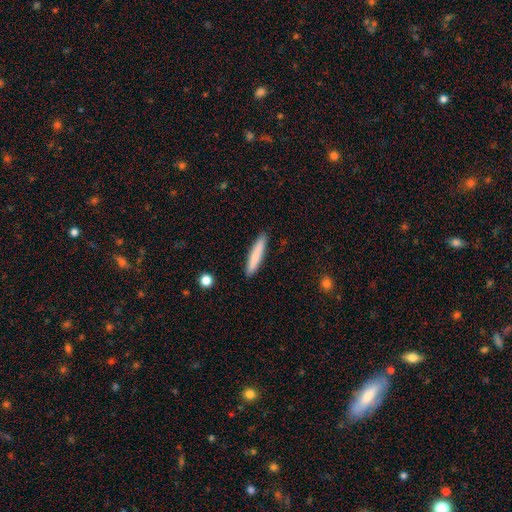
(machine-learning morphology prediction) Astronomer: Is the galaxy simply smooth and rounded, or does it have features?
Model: smooth — 81%.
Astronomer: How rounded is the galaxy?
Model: cigar-shaped — 93%.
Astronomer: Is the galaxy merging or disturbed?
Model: none — 90%.